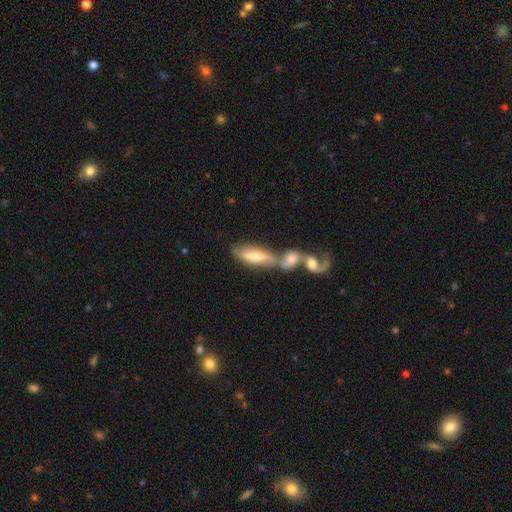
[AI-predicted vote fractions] A featured or disk galaxy (54%).

Vote fractions:
- Smooth or featured? featured or disk: 54% / smooth: 38% / star or artifact: 8%
- Edge-on disk? no: 70% / yes: 30%
- Merging? merger: 58% / none: 26% / minor disturbance: 10% / major disturbance: 6%